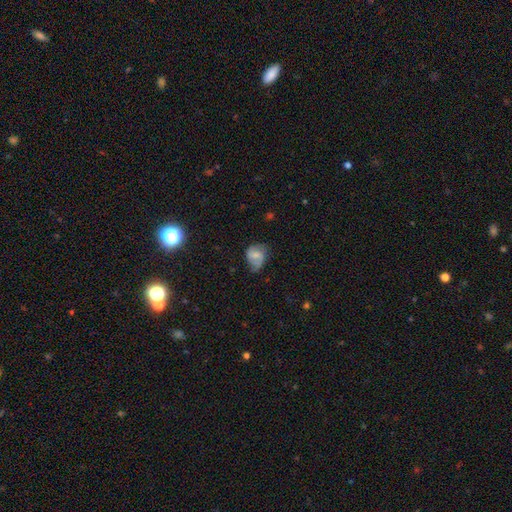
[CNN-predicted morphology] Smooth or featured?
  - featured or disk: 52% *
  - smooth: 40%
  - star or artifact: 8%
Edge-on disk?
  - no: 97% *
  - yes: 3%
Merging?
  - none: 50% *
  - minor disturbance: 33%
  - major disturbance: 15%
  - merger: 2%